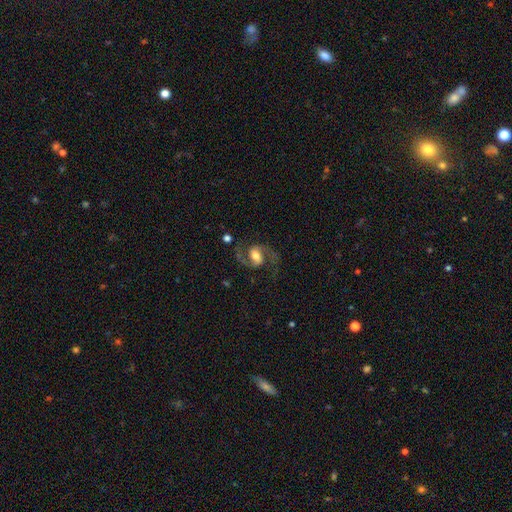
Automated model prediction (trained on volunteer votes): Q: Smooth or featured?
A: featured or disk (87%); runner-up: smooth (7%)
Q: Edge-on disk?
A: no (98%); runner-up: yes (2%)
Q: Bar?
A: weak (45%); runner-up: no (33%)
Q: Spiral arms?
A: yes (97%); runner-up: no (3%)
Q: Spiral winding?
A: medium (55%); runner-up: loose (36%)
Q: Spiral arm count?
A: 2 (94%); runner-up: 1 (2%)
Q: Bulge size?
A: moderate (63%); runner-up: large (18%)
Q: Merging?
A: none (75%); runner-up: minor disturbance (13%)